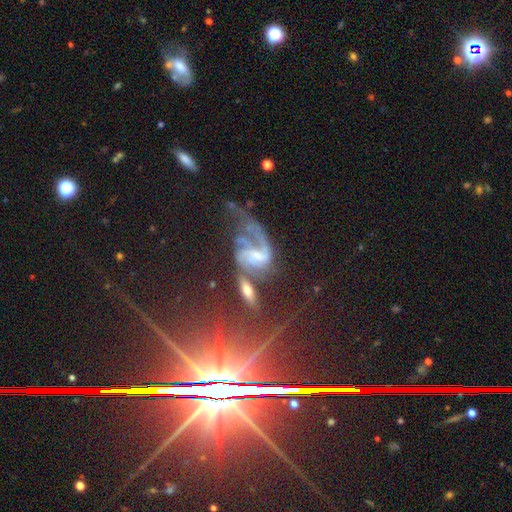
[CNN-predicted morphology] type=featured or disk (45%); merging=none (50%).